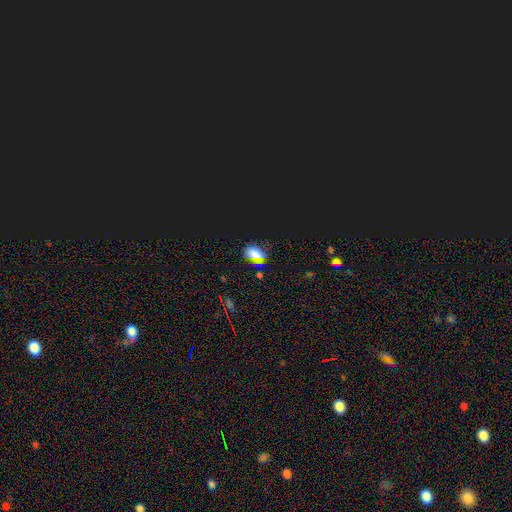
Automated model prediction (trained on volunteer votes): smooth-or-featured: smooth: 61% | star or artifact: 31% | featured or disk: 8%
  how-rounded: in between: 73% | round: 23% | cigar-shaped: 5%
  merging: none: 66% | minor disturbance: 21% | major disturbance: 7% | merger: 5%